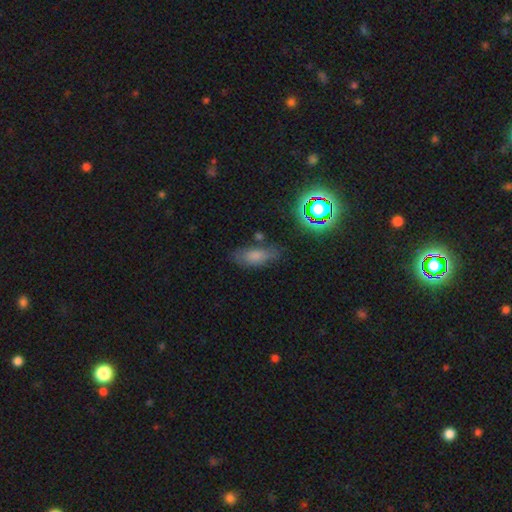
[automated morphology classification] Overall: smooth (70%). How rounded: in between (80%). Merging: none (68%).